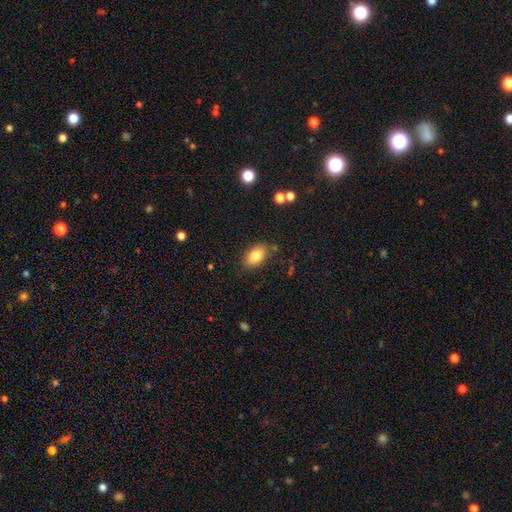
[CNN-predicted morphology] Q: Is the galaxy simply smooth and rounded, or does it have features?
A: smooth — 83%.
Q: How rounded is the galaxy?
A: in between — 91%.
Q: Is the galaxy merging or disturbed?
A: none — 82%.